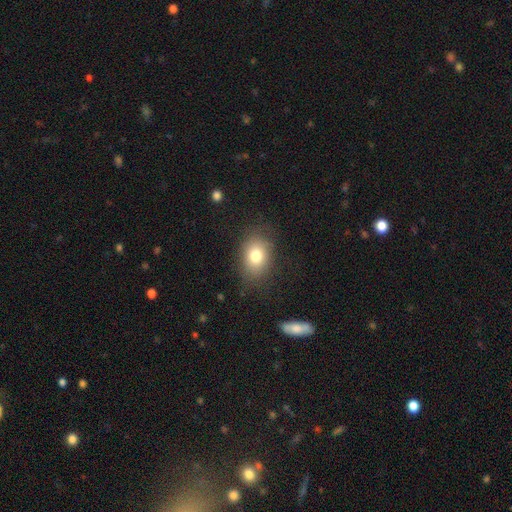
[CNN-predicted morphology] A smooth galaxy with no disk features (78%) that is in between round and cigar-shaped (69%). Merging: none (79%).